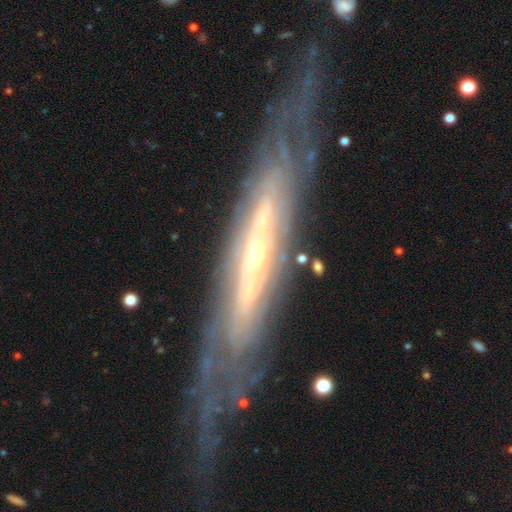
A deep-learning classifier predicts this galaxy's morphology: Q: Smooth or featured?
A: featured or disk (85%); runner-up: smooth (9%)
Q: Edge-on disk?
A: no (55%); runner-up: yes (45%)
Q: Merging?
A: none (70%); runner-up: minor disturbance (17%)